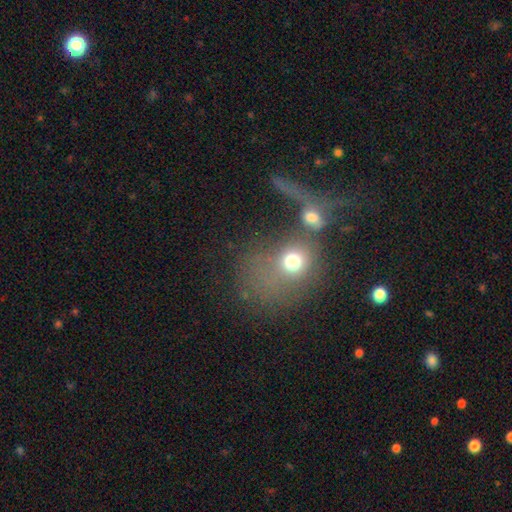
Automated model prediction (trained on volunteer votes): A smooth galaxy with no disk features (53%) that is round (62%).

Vote fractions:
- Smooth or featured? smooth: 53% / featured or disk: 27% / star or artifact: 20%
- How rounded? round: 62% / in between: 36% / cigar-shaped: 2%
- Merging? merger: 53% / major disturbance: 22% / none: 17% / minor disturbance: 8%